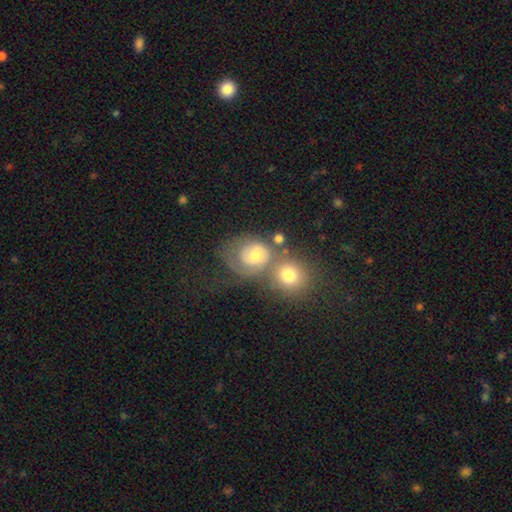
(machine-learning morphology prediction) Smooth or featured: featured or disk — 47% (smooth — 42%)
Merging: merger — 38% (none — 31%)